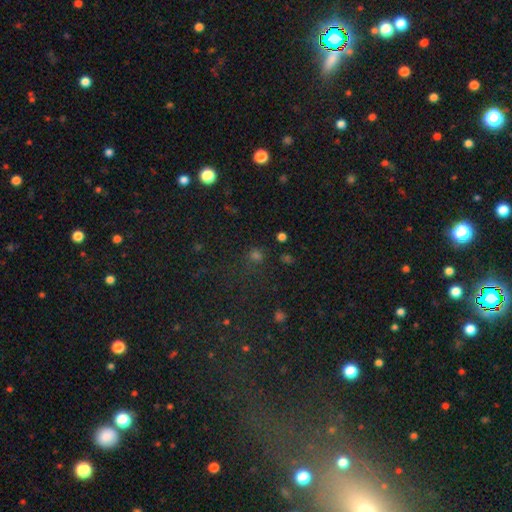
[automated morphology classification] Smooth or featured?
  - smooth: 49% *
  - star or artifact: 44%
  - featured or disk: 7%
Merging?
  - none: 74% *
  - minor disturbance: 13%
  - major disturbance: 8%
  - merger: 5%